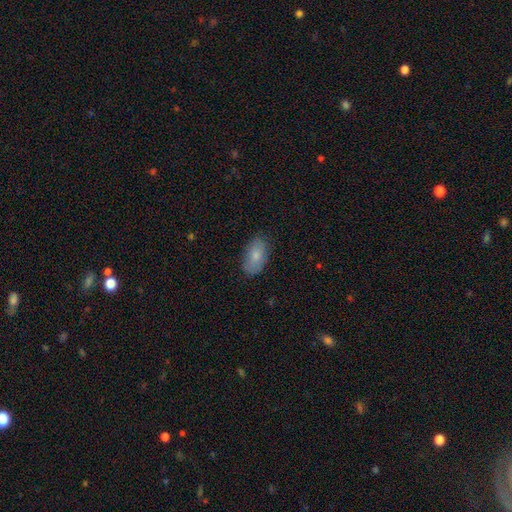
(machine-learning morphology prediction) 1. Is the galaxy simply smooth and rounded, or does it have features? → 79% smooth, 14% featured or disk, 7% star or artifact.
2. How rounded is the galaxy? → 93% in between, 5% round, 2% cigar-shaped.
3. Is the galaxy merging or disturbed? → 82% none, 14% minor disturbance, 3% major disturbance, 1% merger.